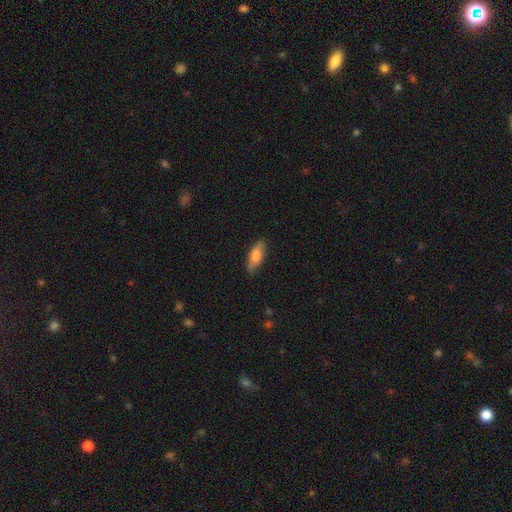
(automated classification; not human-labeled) Morphology: type=smooth (71%); roundness=in between (63%); merging=none (81%).